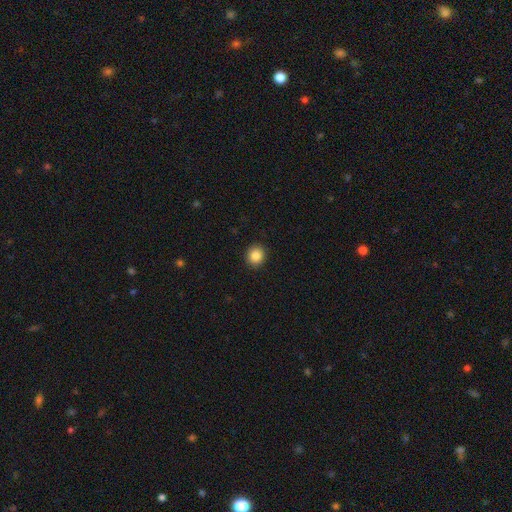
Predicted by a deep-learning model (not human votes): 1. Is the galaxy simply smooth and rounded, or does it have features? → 86% smooth, 9% star or artifact, 5% featured or disk.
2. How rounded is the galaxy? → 88% round, 11% in between, 1% cigar-shaped.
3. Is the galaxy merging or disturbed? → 92% none, 5% minor disturbance, 2% major disturbance, 1% merger.